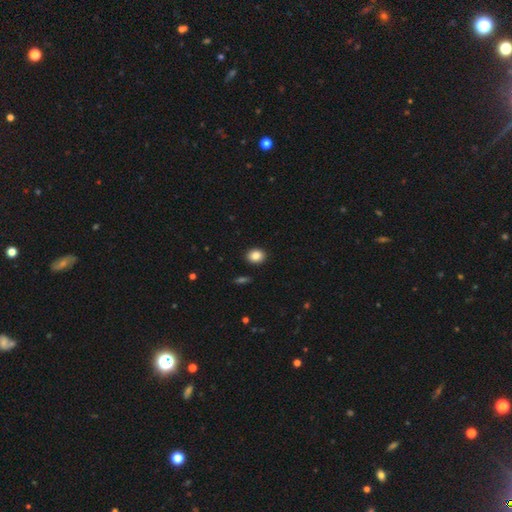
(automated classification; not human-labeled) Smooth or featured: smooth — 86% (star or artifact — 9%)
How rounded: round — 53% (in between — 46%)
Merging: none — 91% (minor disturbance — 6%)